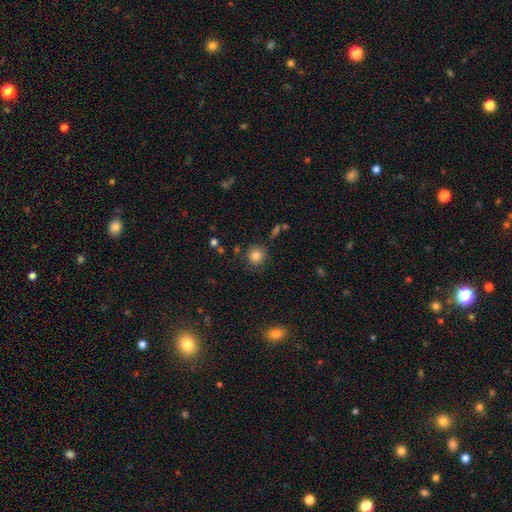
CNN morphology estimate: The model was most divided on "merging": none: 82%, minor disturbance: 11%, major disturbance: 4%, merger: 3%. More confident: how rounded — round (92%); smooth or featured — smooth (83%).